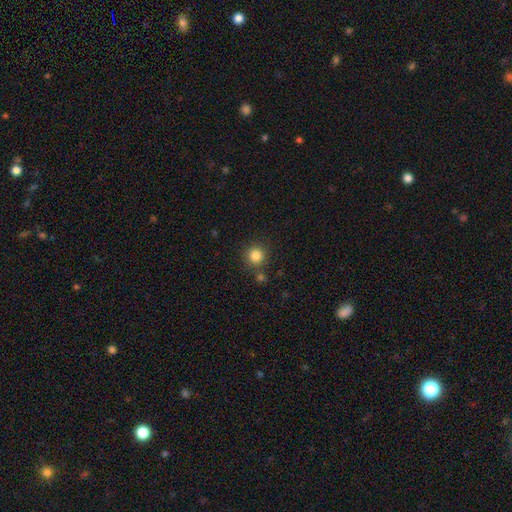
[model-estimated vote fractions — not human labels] smooth-or-featured: smooth: 84% | star or artifact: 12% | featured or disk: 4%
  how-rounded: round: 94% | in between: 5% | cigar-shaped: 1%
  merging: none: 82% | merger: 8% | minor disturbance: 8% | major disturbance: 3%